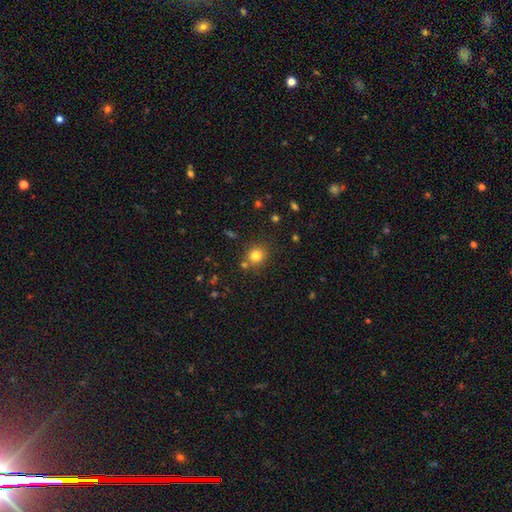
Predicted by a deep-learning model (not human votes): The model was most divided on "smooth or featured": smooth: 79%, star or artifact: 14%, featured or disk: 7%. More confident: how rounded — round (86%); merging — none (78%).